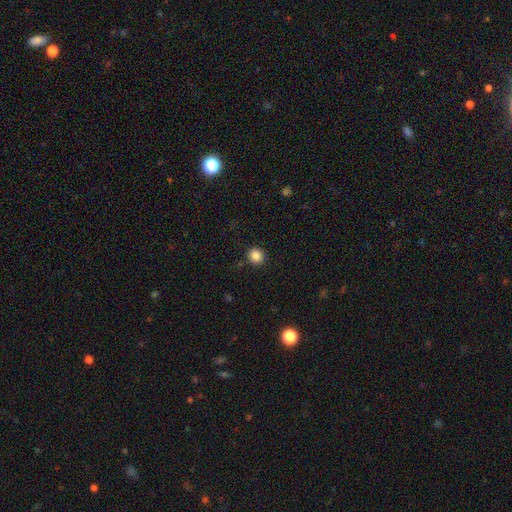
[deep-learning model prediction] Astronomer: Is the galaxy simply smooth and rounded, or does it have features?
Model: smooth — 86%.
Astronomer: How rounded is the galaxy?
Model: round — 92%.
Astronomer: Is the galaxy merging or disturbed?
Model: none — 90%.